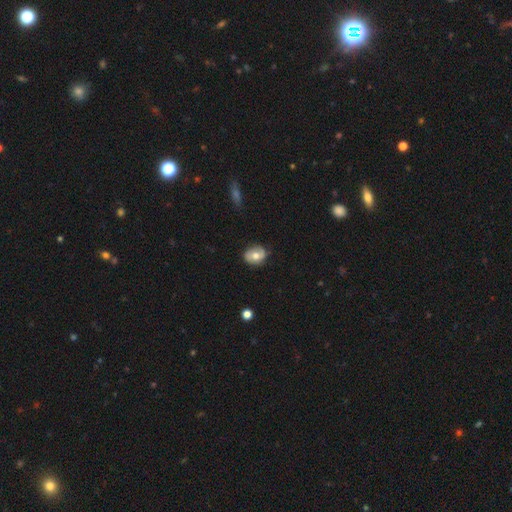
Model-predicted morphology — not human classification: The model was most divided on "how rounded": round: 52%, in between: 46%, cigar-shaped: 1%. More confident: merging — none (74%); smooth or featured — smooth (58%).